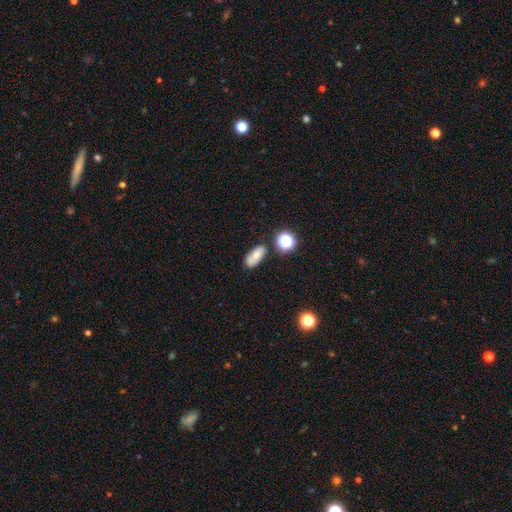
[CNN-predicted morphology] This is likely a smooth galaxy (63%). How rounded: clearly in between (80%). Merging: likely none (72%).